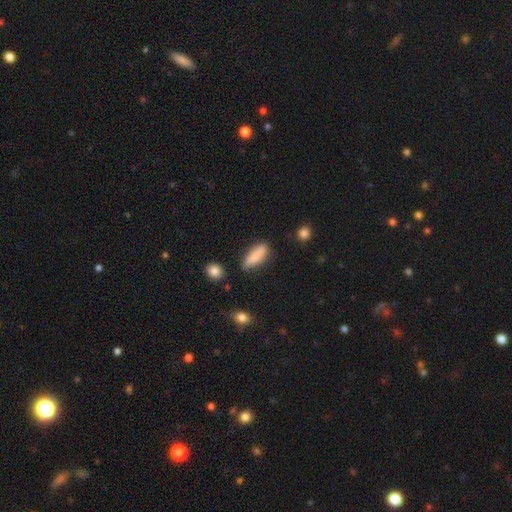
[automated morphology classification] type=smooth (85%); roundness=in between (59%); merging=none (75%).